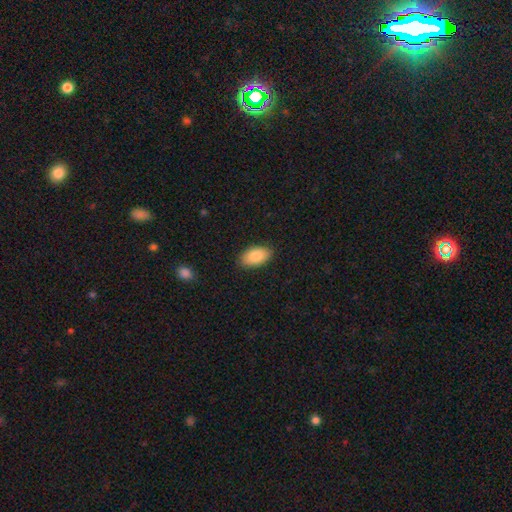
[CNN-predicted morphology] The model was most divided on "smooth or featured": smooth: 83%, featured or disk: 11%, star or artifact: 7%. More confident: how rounded — in between (94%); merging — none (87%).